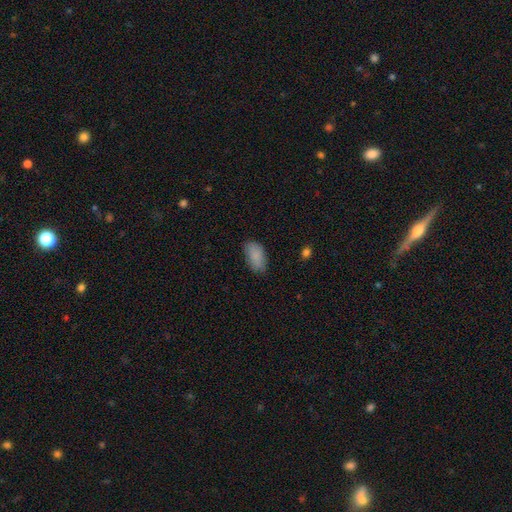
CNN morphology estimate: type=smooth (87%); roundness=in between (94%); merging=none (78%).